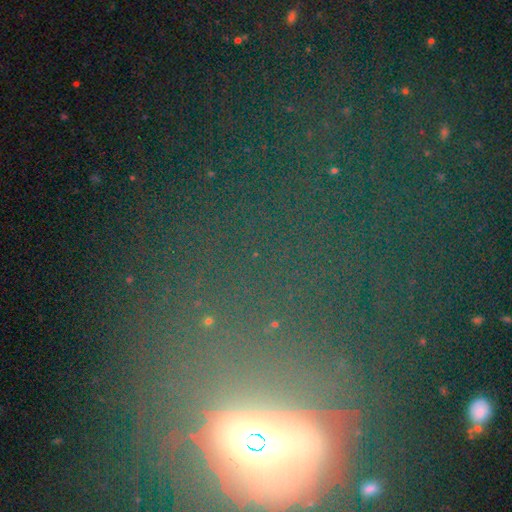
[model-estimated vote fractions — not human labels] This is possibly a star or artifact rather than a galaxy (51%).